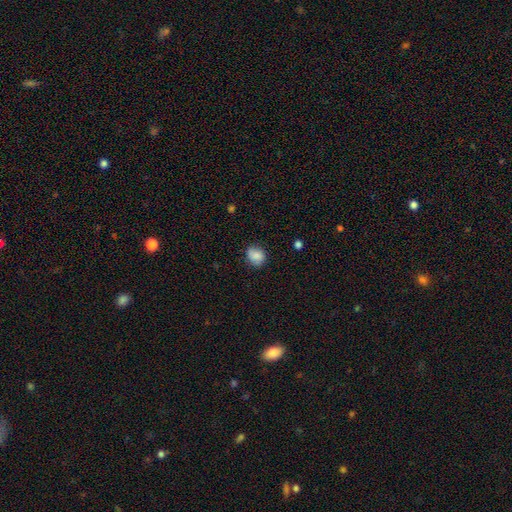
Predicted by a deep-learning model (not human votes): A smooth galaxy with no disk features (81%) that is round (69%).

Vote fractions:
- Smooth or featured? smooth: 81% / featured or disk: 11% / star or artifact: 9%
- How rounded? round: 69% / in between: 30% / cigar-shaped: 1%
- Merging? none: 71% / minor disturbance: 22% / major disturbance: 5% / merger: 2%